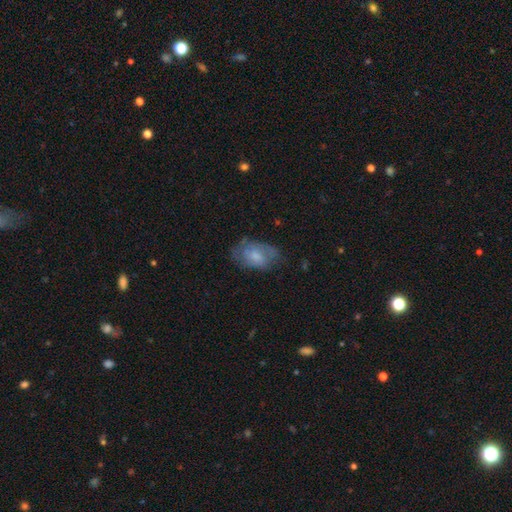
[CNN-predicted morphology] This appears to be a smooth galaxy with no disk features (52%) that is in between round and cigar-shaped (91%). Merging: none (60%).